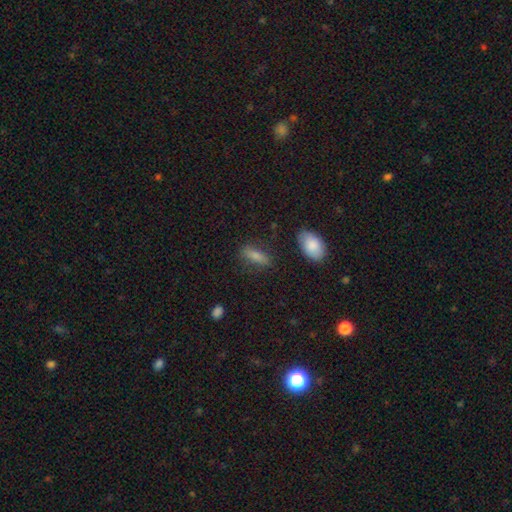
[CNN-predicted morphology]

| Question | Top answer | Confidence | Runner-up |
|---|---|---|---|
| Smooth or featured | smooth | 72% | featured or disk (18%) |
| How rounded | in between | 59% | cigar-shaped (37%) |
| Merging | none | 82% | minor disturbance (12%) |